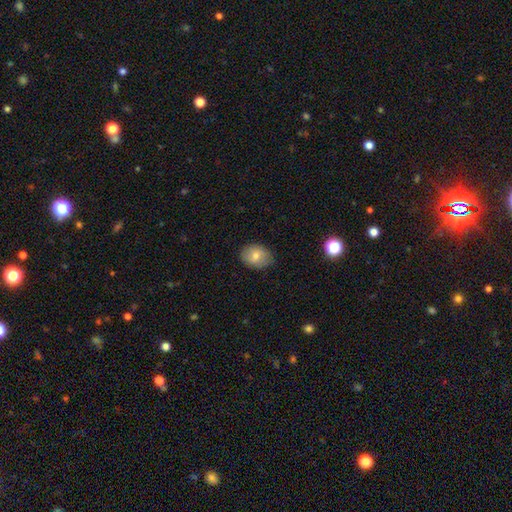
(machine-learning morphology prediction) This appears to be a smooth galaxy with no disk features (75%) that is in between round and cigar-shaped (58%). Merging: none (82%).